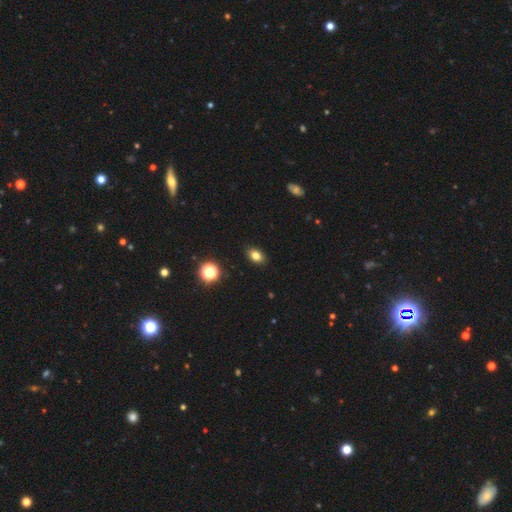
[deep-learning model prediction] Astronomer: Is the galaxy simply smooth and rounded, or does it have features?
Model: smooth — 81%.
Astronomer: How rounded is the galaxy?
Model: in between — 78%.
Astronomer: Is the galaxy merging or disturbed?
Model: none — 89%.